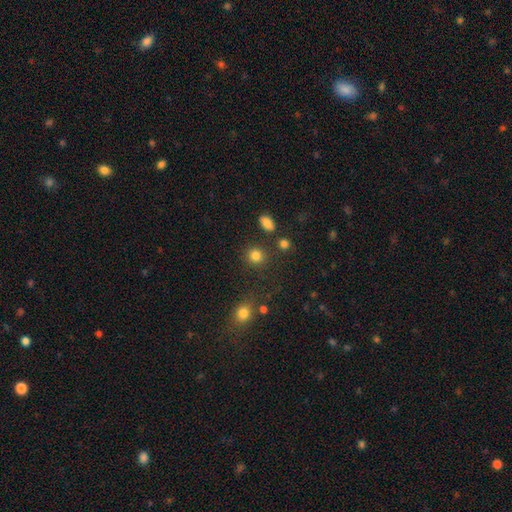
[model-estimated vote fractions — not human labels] A smooth galaxy with no disk features (84%) that is round (86%). Merging: none (84%).